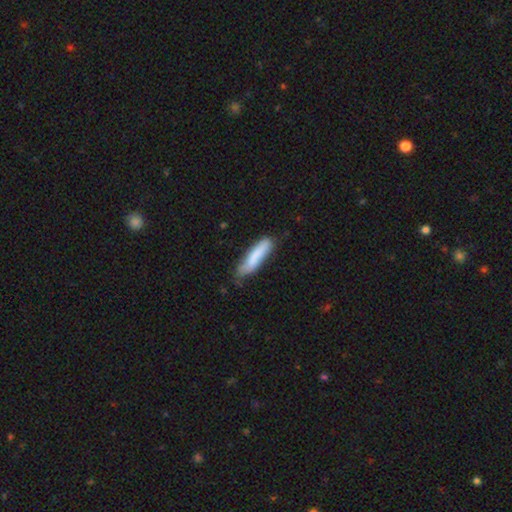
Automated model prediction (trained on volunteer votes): This is likely a smooth galaxy (80%). How rounded: likely cigar-shaped (76%). Merging: likely none (65%).